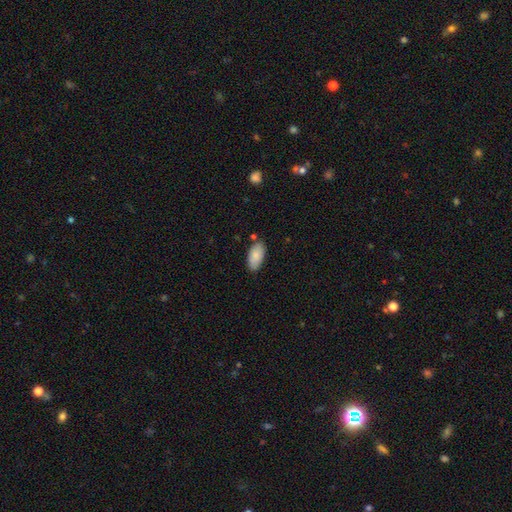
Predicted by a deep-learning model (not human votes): Smooth or featured: smooth — 85% (featured or disk — 9%)
How rounded: in between — 93% (cigar-shaped — 5%)
Merging: none — 78% (minor disturbance — 15%)